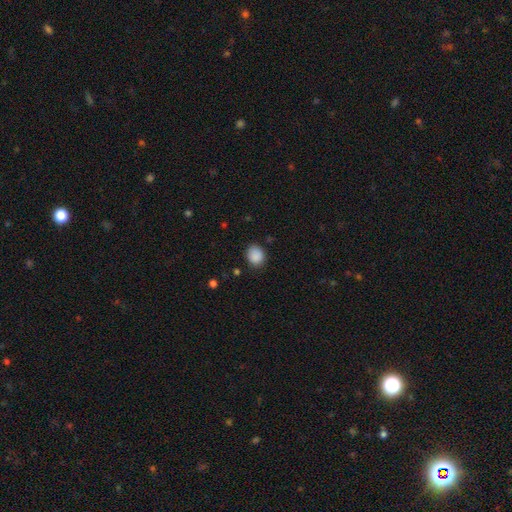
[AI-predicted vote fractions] Smooth or featured?
  - smooth: 88% *
  - star or artifact: 9%
  - featured or disk: 3%
How rounded?
  - round: 68% *
  - in between: 31%
  - cigar-shaped: 1%
Merging?
  - none: 81% *
  - minor disturbance: 15%
  - major disturbance: 3%
  - merger: 1%